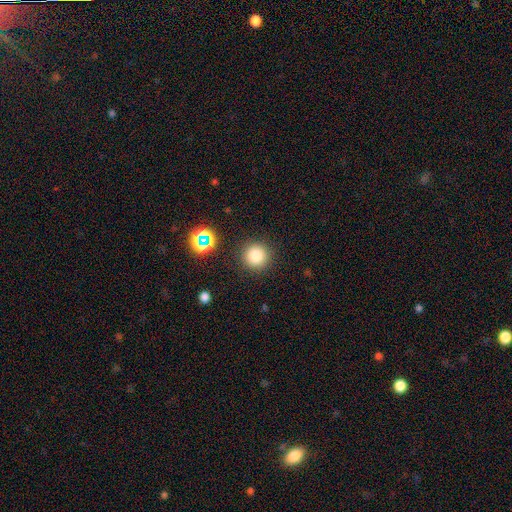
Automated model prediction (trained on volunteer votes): smooth-or-featured: smooth: 81% | star or artifact: 13% | featured or disk: 6%
  how-rounded: round: 95% | in between: 4% | cigar-shaped: 1%
  merging: none: 89% | minor disturbance: 6% | major disturbance: 2% | merger: 2%